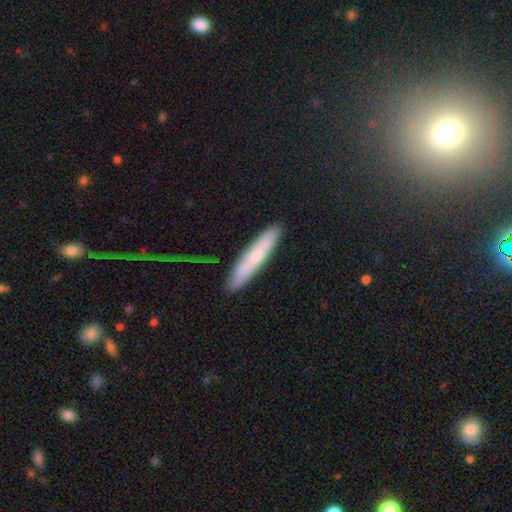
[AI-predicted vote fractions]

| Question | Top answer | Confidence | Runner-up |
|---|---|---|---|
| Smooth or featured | smooth | 60% | featured or disk (33%) |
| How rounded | cigar-shaped | 89% | in between (9%) |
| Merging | none | 86% | minor disturbance (10%) |